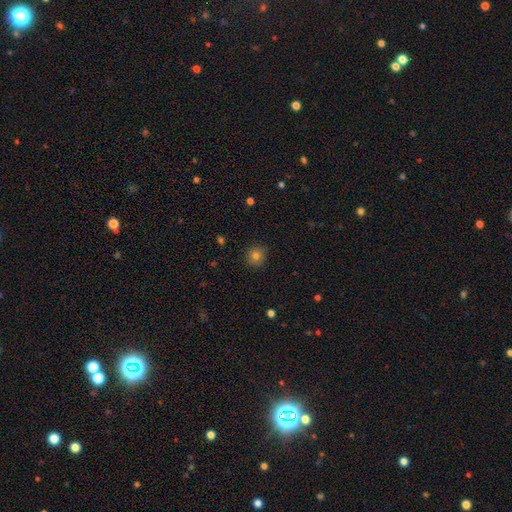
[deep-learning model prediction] A smooth galaxy with no disk features (79%) that is round (89%). Merging: none (87%).